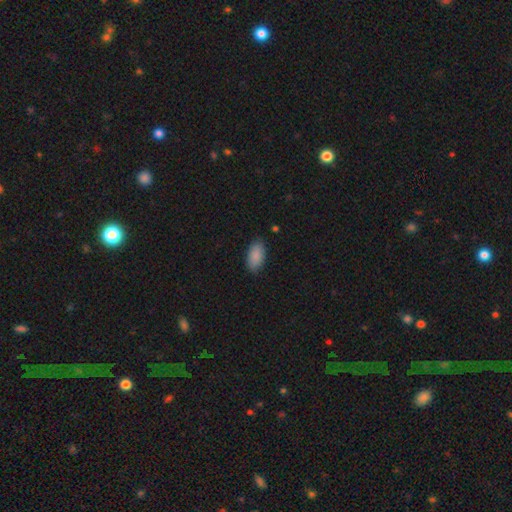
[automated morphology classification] Overall: smooth (89%). How rounded: in between (93%). Merging: none (84%).